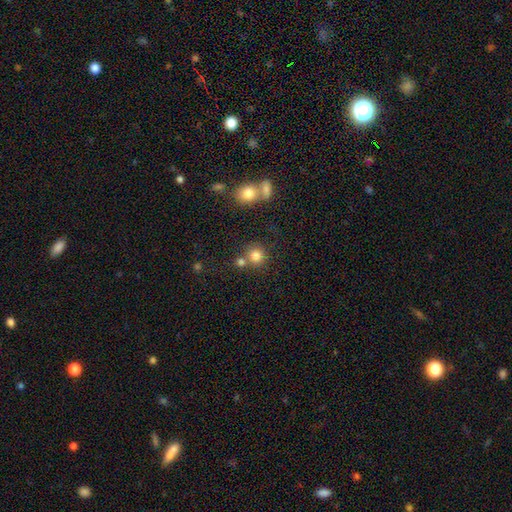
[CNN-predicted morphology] A smooth galaxy with no disk features (80%) that is round (89%).

Vote fractions:
- Smooth or featured? smooth: 80% / star or artifact: 13% / featured or disk: 7%
- How rounded? round: 89% / in between: 10% / cigar-shaped: 1%
- Merging? none: 62% / merger: 26% / minor disturbance: 9% / major disturbance: 4%